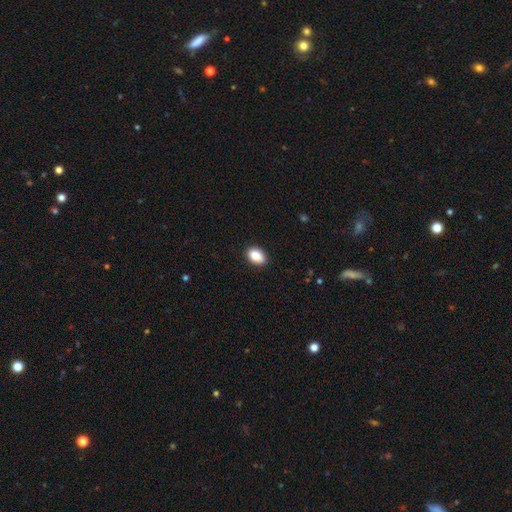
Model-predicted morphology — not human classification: This appears to be a smooth galaxy with no disk features (88%) that is in between round and cigar-shaped (85%). Merging: none (87%).